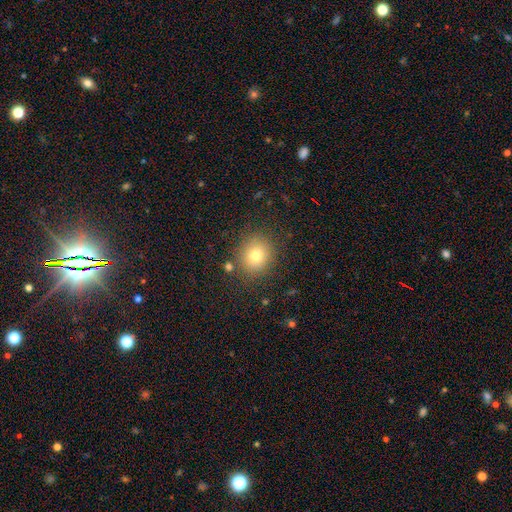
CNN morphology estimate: Smooth or featured? smooth (77%)
How rounded? round (80%)
Merging? none (84%)